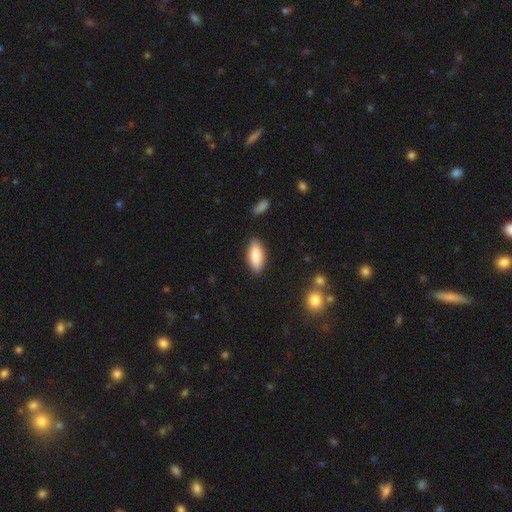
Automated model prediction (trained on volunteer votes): This is clearly a smooth galaxy (84%). How rounded: likely in between (78%). Merging: clearly none (86%).